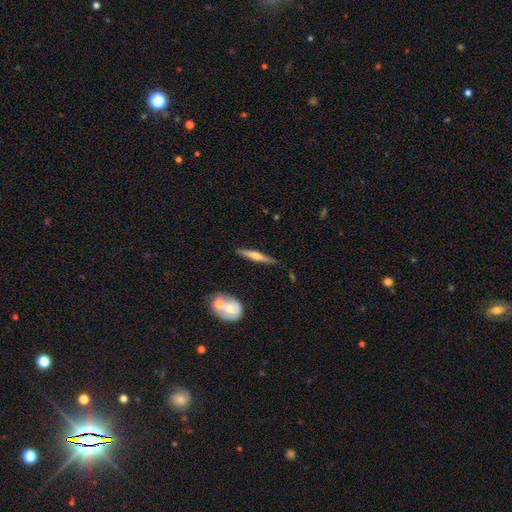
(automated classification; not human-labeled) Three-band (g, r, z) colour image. It shows a featured or disk galaxy (51%) viewed edge-on (94%). Merging: none (81%).